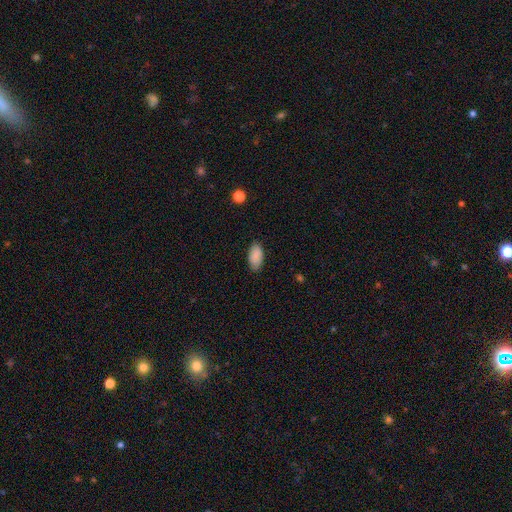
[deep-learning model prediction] Q: Smooth or featured?
A: smooth (89%); runner-up: star or artifact (7%)
Q: How rounded?
A: in between (94%); runner-up: cigar-shaped (4%)
Q: Merging?
A: none (83%); runner-up: minor disturbance (13%)